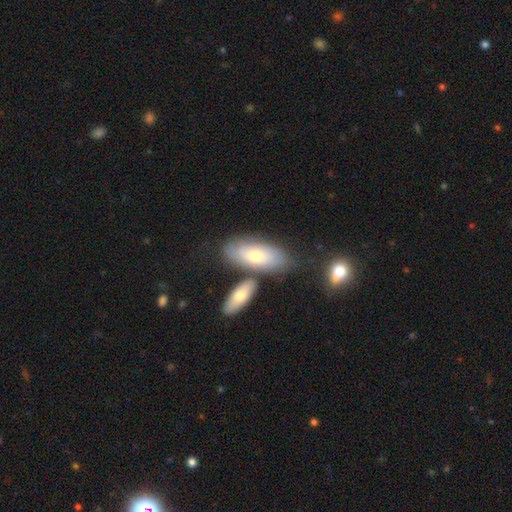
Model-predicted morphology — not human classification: Overall: smooth (55%; featured or disk 38%). How rounded: in between (85%). Merging: none (63%).